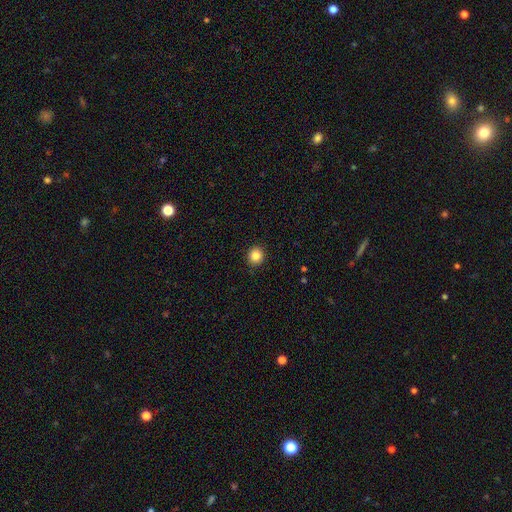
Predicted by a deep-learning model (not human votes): The model was most divided on "smooth or featured": smooth: 85%, star or artifact: 10%, featured or disk: 5%. More confident: merging — none (92%); how rounded — round (89%).